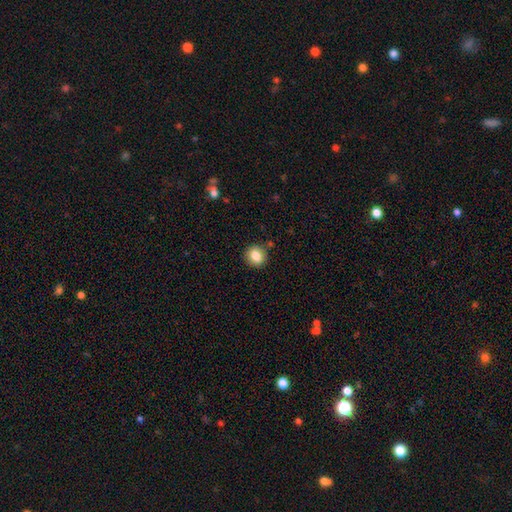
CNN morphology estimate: type=smooth (83%); roundness=round (81%); merging=none (88%).